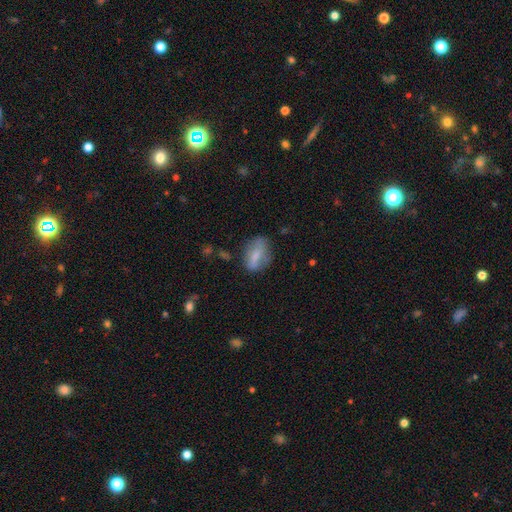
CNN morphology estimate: The model was most divided on "merging": none: 61%, minor disturbance: 25%, major disturbance: 11%, merger: 3%. More confident: how rounded — in between (78%); smooth or featured — smooth (64%).